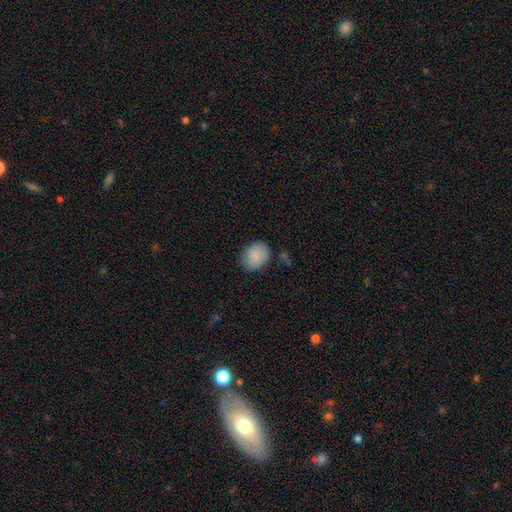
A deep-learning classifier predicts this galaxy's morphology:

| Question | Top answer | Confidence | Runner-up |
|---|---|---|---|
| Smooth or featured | smooth | 86% | featured or disk (7%) |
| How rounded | in between | 51% | round (48%) |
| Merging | none | 74% | minor disturbance (19%) |